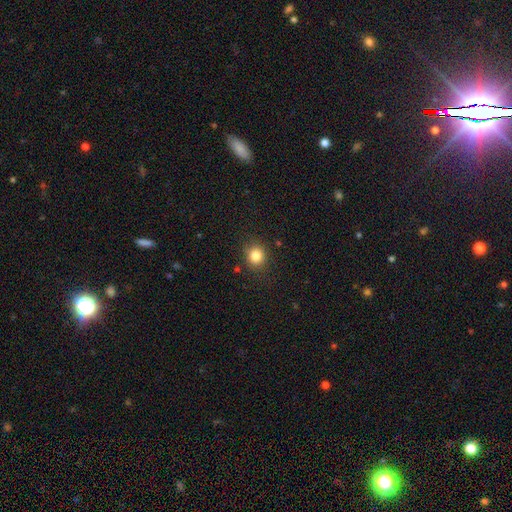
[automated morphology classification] A smooth galaxy with no disk features (83%) that is round (83%).

Vote fractions:
- Smooth or featured? smooth: 83% / star or artifact: 12% / featured or disk: 6%
- How rounded? round: 83% / in between: 16% / cigar-shaped: 1%
- Merging? none: 85% / minor disturbance: 10% / major disturbance: 3% / merger: 2%